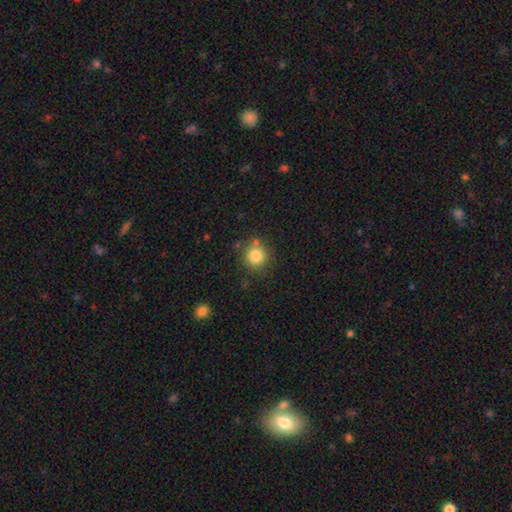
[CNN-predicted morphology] Q: Smooth or featured?
A: smooth (82%); runner-up: star or artifact (11%)
Q: How rounded?
A: round (93%); runner-up: in between (6%)
Q: Merging?
A: none (80%); runner-up: minor disturbance (10%)